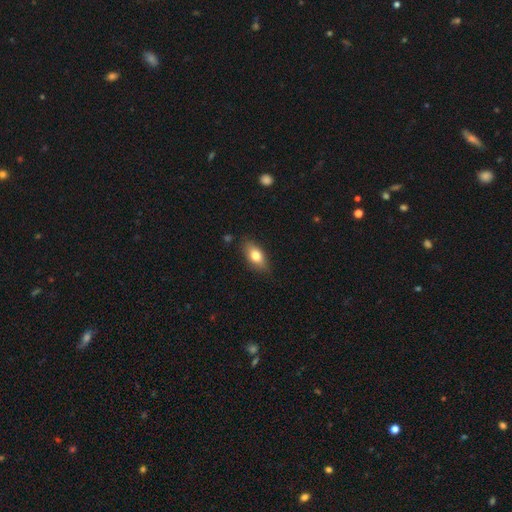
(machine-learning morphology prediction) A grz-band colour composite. It shows a smooth galaxy with no disk features (75%) that is in between round and cigar-shaped (84%). Merging: none (82%).